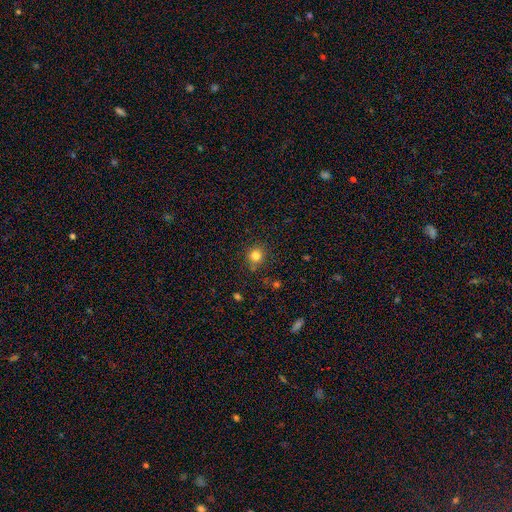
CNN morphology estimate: This is clearly a smooth galaxy (81%). How rounded: clearly round (89%). Merging: clearly none (81%).